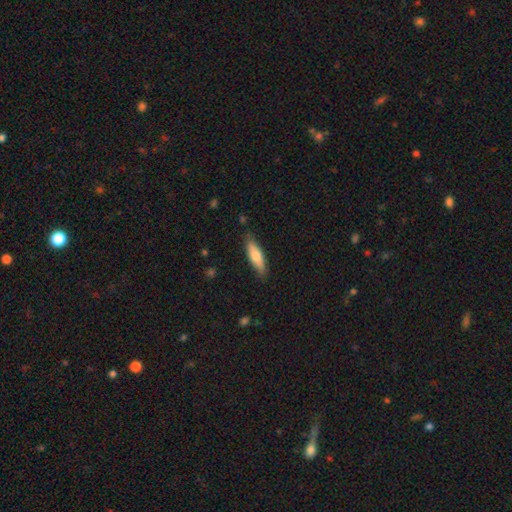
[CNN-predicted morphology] Smooth or featured? smooth (71%)
How rounded? cigar-shaped (56%)
Merging? none (82%)